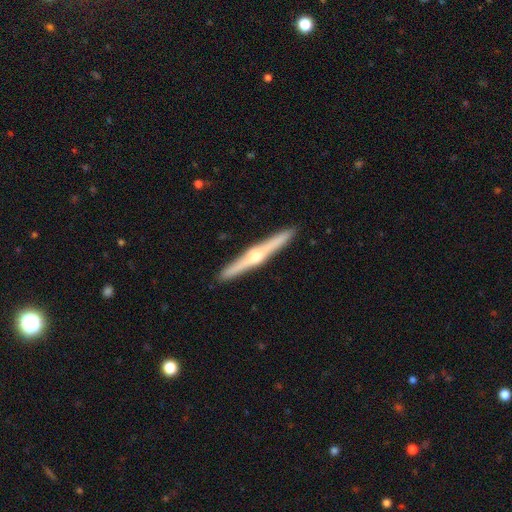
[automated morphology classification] A featured or disk galaxy (76%) viewed edge-on (98%) with a rounded central bulge (91%). Merging: none (93%).